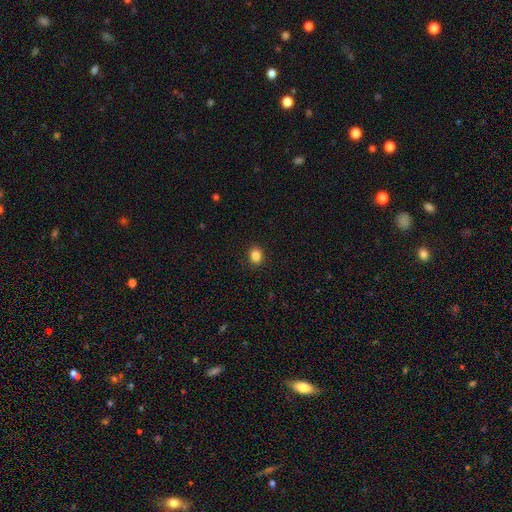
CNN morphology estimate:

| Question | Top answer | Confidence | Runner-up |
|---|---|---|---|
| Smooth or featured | smooth | 85% | star or artifact (11%) |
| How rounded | round | 63% | in between (36%) |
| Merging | none | 91% | minor disturbance (6%) |